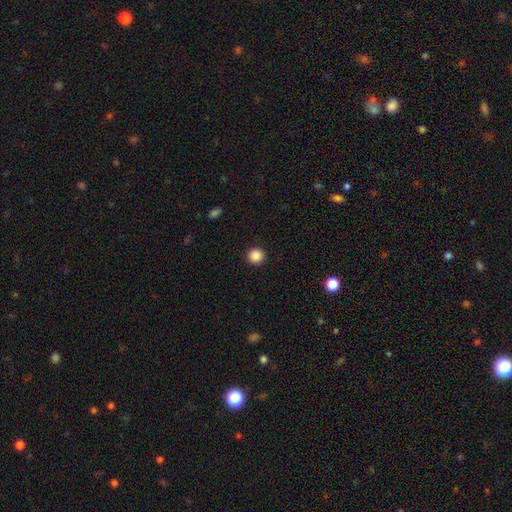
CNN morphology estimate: smooth 87%, star or artifact 10%, featured or disk 3%. Down the decision tree: how rounded — round (94%); merging — none (93%).